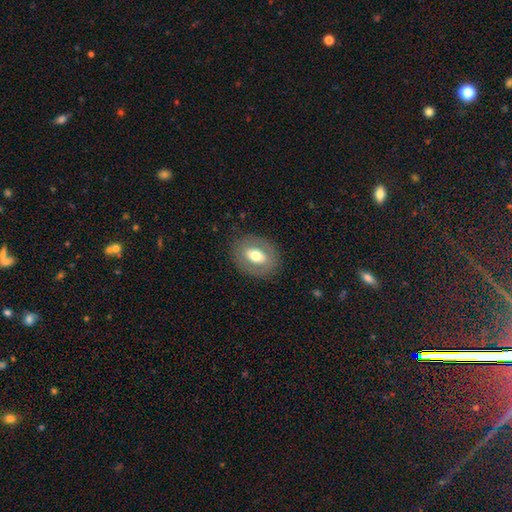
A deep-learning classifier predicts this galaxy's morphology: The model was most divided on "smooth or featured": smooth: 57%, featured or disk: 35%, star or artifact: 8%. More confident: merging — none (83%); how rounded — in between (67%).